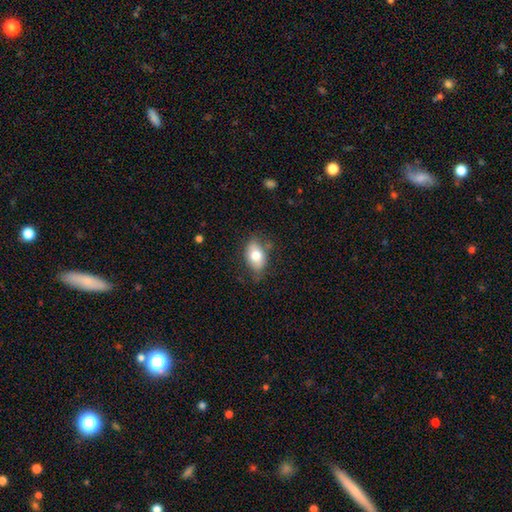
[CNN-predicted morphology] smooth 74%, featured or disk 18%, star or artifact 7%. Down the decision tree: how rounded — in between (87%); merging — none (73%).